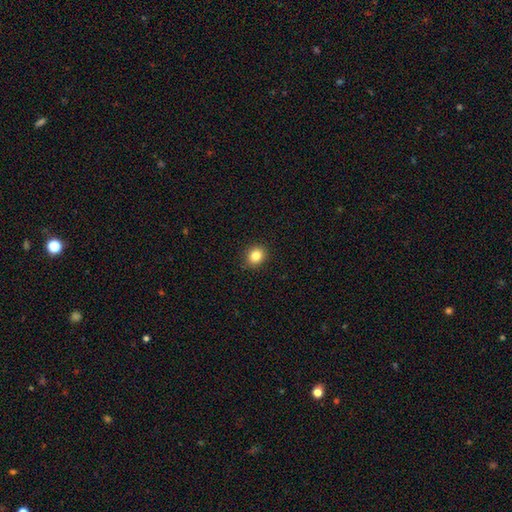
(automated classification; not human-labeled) Smooth or featured: smooth — 84% (star or artifact — 11%)
How rounded: round — 74% (in between — 26%)
Merging: none — 90% (minor disturbance — 8%)